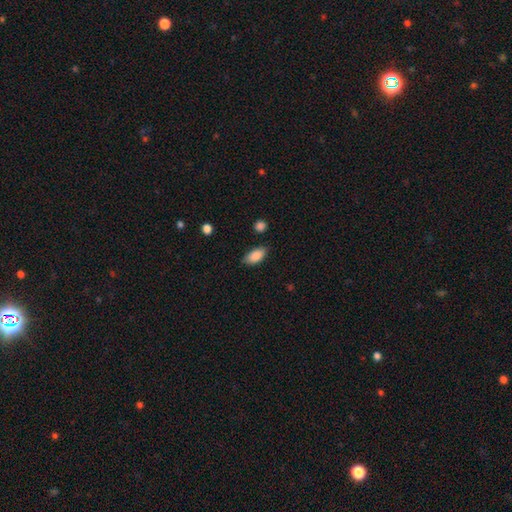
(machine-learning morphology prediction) A smooth galaxy with no disk features (87%) that is in between round and cigar-shaped (90%).

Vote fractions:
- Smooth or featured? smooth: 87% / star or artifact: 7% / featured or disk: 6%
- How rounded? in between: 90% / cigar-shaped: 7% / round: 3%
- Merging? none: 80% / minor disturbance: 15% / major disturbance: 3% / merger: 2%